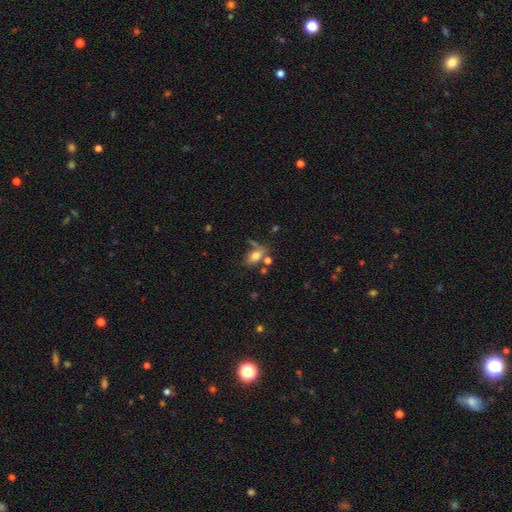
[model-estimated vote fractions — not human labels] smooth_or_featured: smooth (p=0.71) [alt: featured or disk p=0.18]
how_rounded: in between (p=0.84) [alt: round p=0.08]
merging: none (p=0.50) [alt: merger p=0.20]